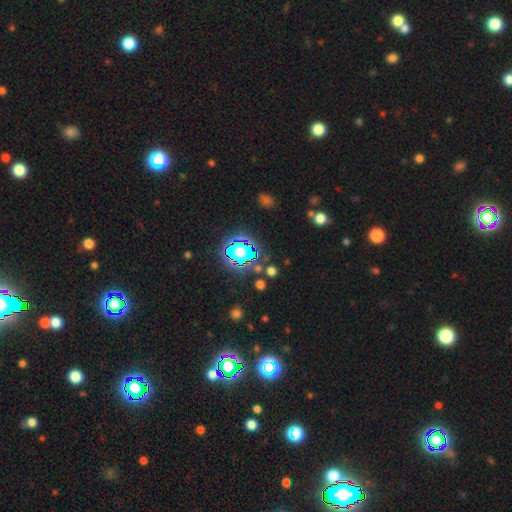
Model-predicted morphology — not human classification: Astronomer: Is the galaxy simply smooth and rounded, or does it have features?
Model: star or artifact — 80%.